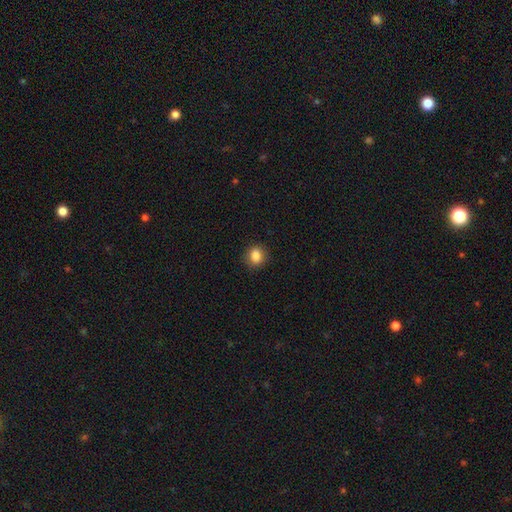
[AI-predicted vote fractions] Smooth or featured?
  - smooth: 86% *
  - star or artifact: 10%
  - featured or disk: 4%
How rounded?
  - round: 66% *
  - in between: 33%
  - cigar-shaped: 1%
Merging?
  - none: 86% *
  - minor disturbance: 10%
  - major disturbance: 3%
  - merger: 1%